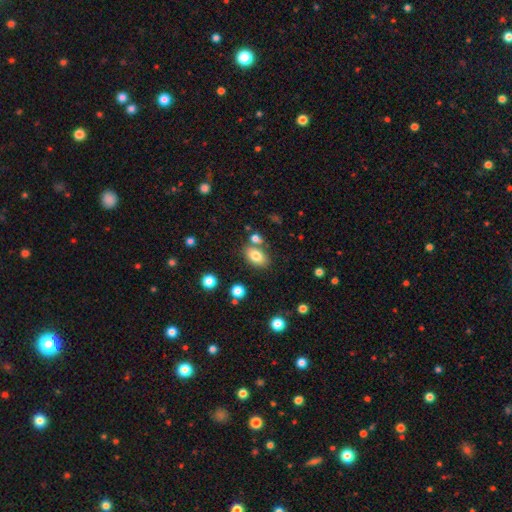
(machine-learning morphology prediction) smooth-or-featured: smooth: 79% | featured or disk: 12% | star or artifact: 9%
  how-rounded: in between: 87% | round: 11% | cigar-shaped: 2%
  merging: none: 69% | merger: 15% | minor disturbance: 12% | major disturbance: 3%